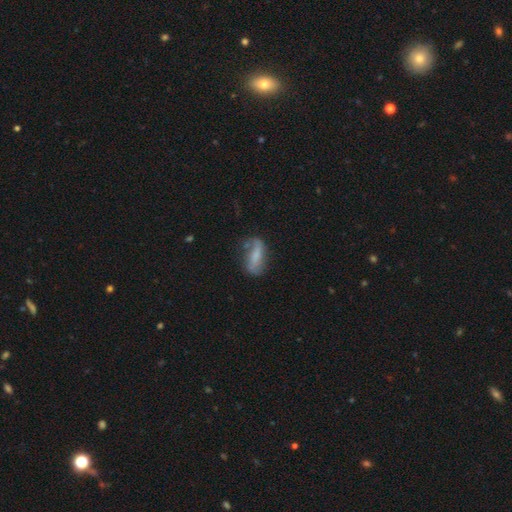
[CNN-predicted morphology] This appears to be a smooth galaxy with no disk features (50%). Merging: none (48%).